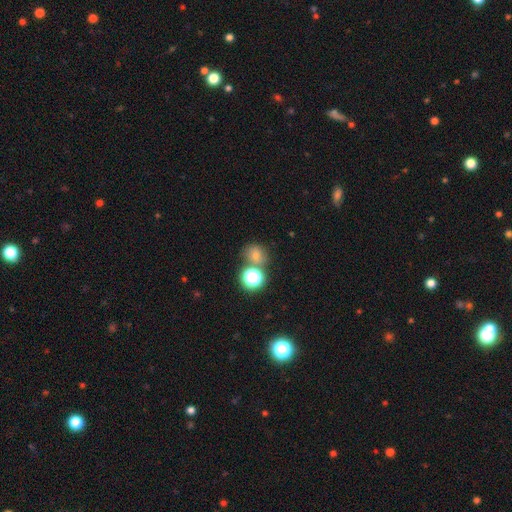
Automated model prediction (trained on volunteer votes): smooth-or-featured: smooth: 56% | star or artifact: 33% | featured or disk: 11%
  how-rounded: round: 81% | in between: 18% | cigar-shaped: 1%
  merging: none: 67% | merger: 19% | minor disturbance: 10% | major disturbance: 4%